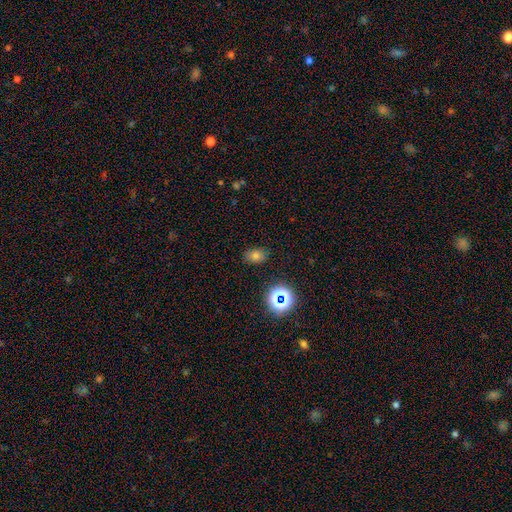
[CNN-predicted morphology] This is likely a smooth galaxy (70%). How rounded: likely in between (70%). Merging: clearly none (84%).